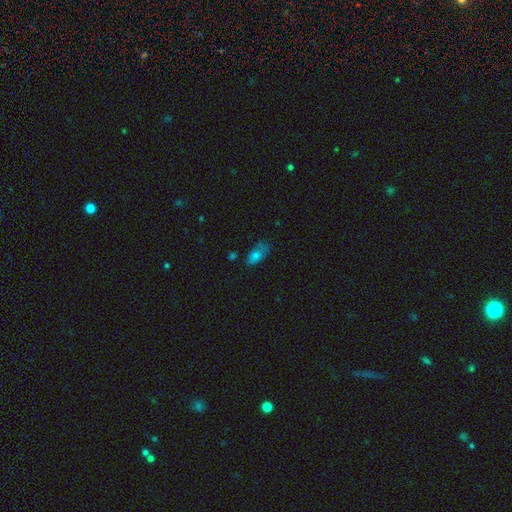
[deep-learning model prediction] A smooth galaxy with no disk features (72%) that is in between round and cigar-shaped (86%).

Vote fractions:
- Smooth or featured? smooth: 72% / featured or disk: 17% / star or artifact: 11%
- How rounded? in between: 86% / cigar-shaped: 9% / round: 5%
- Merging? none: 51% / minor disturbance: 31% / major disturbance: 14% / merger: 4%